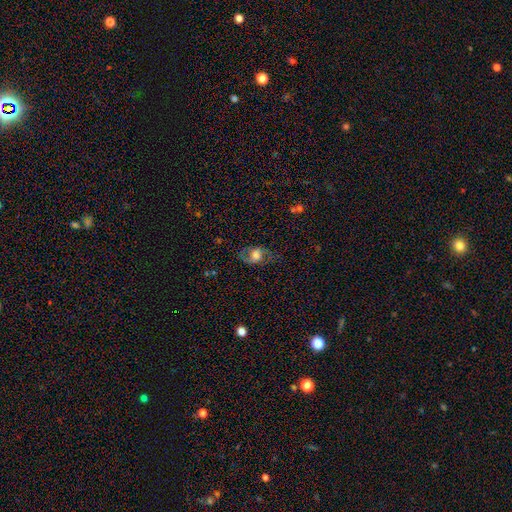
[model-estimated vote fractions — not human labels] Overall: featured or disk (50%; smooth 40%). Edge-on disk: no (90%). Merging: none (61%; minor disturbance 21%).